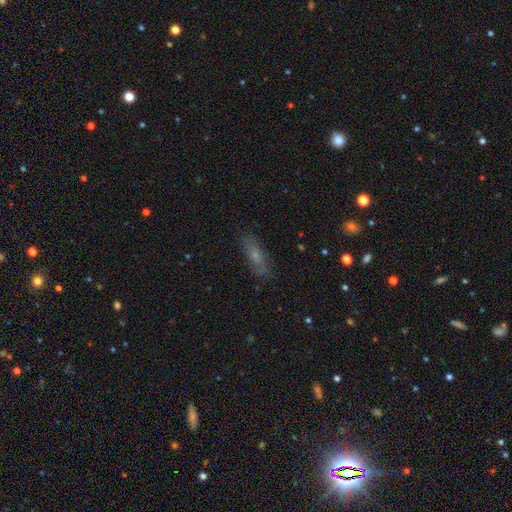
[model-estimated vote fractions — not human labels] Overall: smooth (57%; featured or disk 31%). How rounded: in between (52%; cigar-shaped 45%). Merging: none (80%).